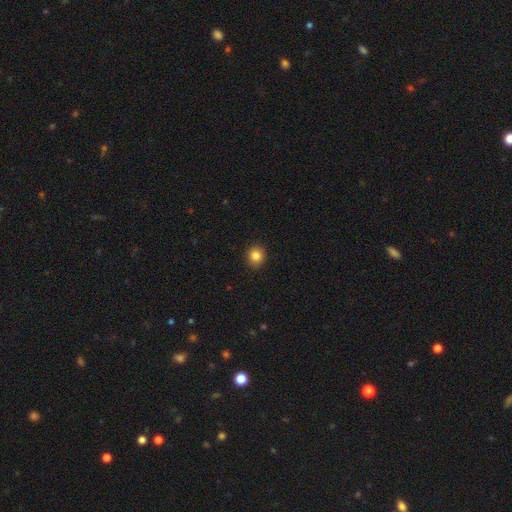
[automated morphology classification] A smooth galaxy with no disk features (85%) that is round (86%).

Vote fractions:
- Smooth or featured? smooth: 85% / star or artifact: 11% / featured or disk: 5%
- How rounded? round: 86% / in between: 13% / cigar-shaped: 1%
- Merging? none: 92% / minor disturbance: 6% / major disturbance: 2% / merger: 1%